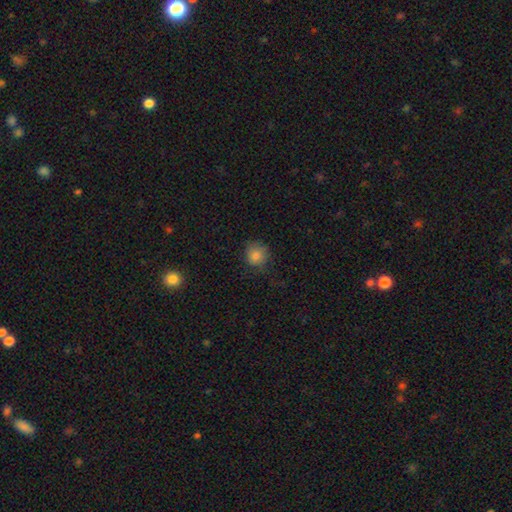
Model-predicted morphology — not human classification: Smooth or featured? smooth (84%)
How rounded? round (87%)
Merging? none (75%)